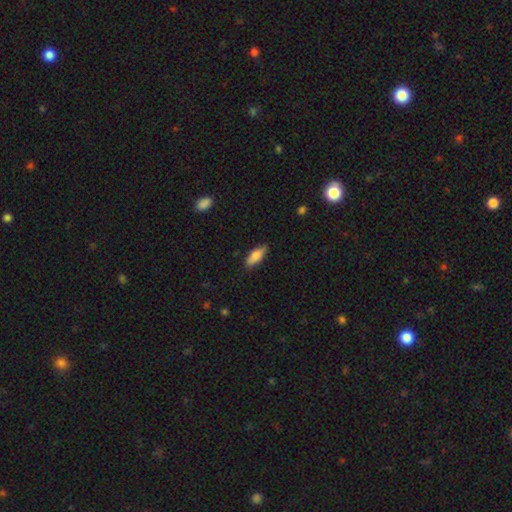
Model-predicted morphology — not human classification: smooth_or_featured: smooth (p=0.81) [alt: featured or disk p=0.12]
how_rounded: in between (p=0.74) [alt: cigar-shaped p=0.24]
merging: none (p=0.82) [alt: minor disturbance p=0.14]